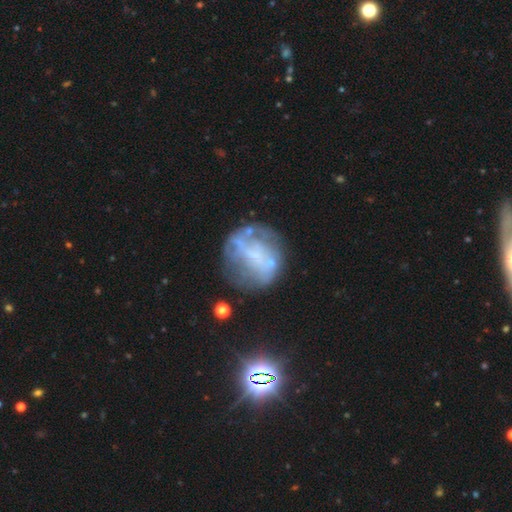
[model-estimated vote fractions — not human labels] smooth_or_featured: featured or disk (p=0.58) [alt: smooth p=0.28]
disk_edge_on: no (p=0.97) [alt: yes p=0.03]
bar: no (p=0.71) [alt: weak p=0.19]
has_spiral_arms: no (p=0.77) [alt: yes p=0.23]
bulge_size: none (p=0.62) [alt: small p=0.22]
merging: none (p=0.52) [alt: major disturbance p=0.20]